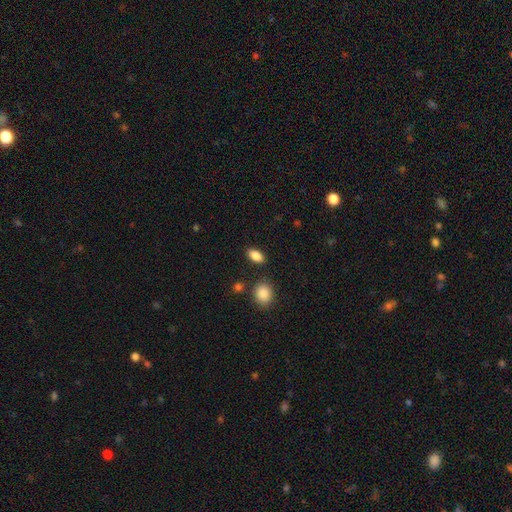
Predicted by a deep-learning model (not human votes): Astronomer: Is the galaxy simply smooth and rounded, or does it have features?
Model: smooth — 86%.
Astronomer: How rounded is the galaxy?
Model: in between — 90%.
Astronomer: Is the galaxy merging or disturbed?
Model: none — 85%.